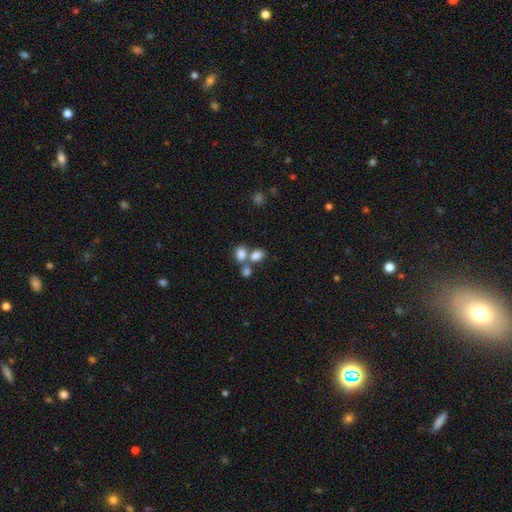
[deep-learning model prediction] This appears to be a smooth galaxy with no disk features (79%) that is in between round and cigar-shaped (63%). Merging: merger (48%).